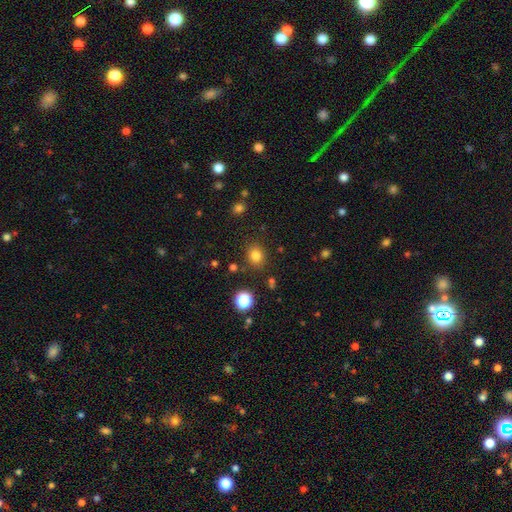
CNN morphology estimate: Q: Smooth or featured?
A: smooth (80%); runner-up: star or artifact (14%)
Q: How rounded?
A: round (66%); runner-up: in between (33%)
Q: Merging?
A: none (84%); runner-up: minor disturbance (10%)